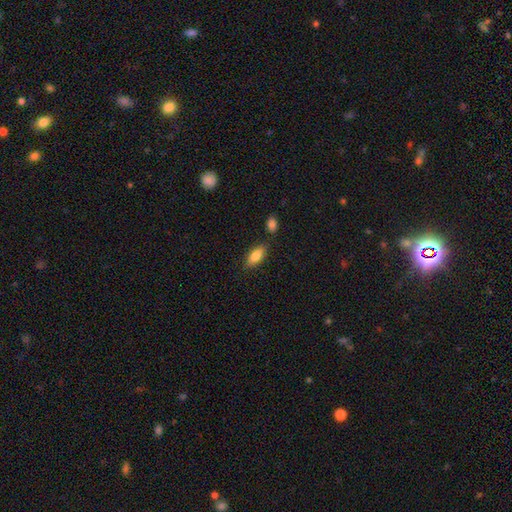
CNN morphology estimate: Smooth or featured: smooth — 78% (featured or disk — 15%)
How rounded: in between — 80% (cigar-shaped — 17%)
Merging: none — 79% (minor disturbance — 13%)